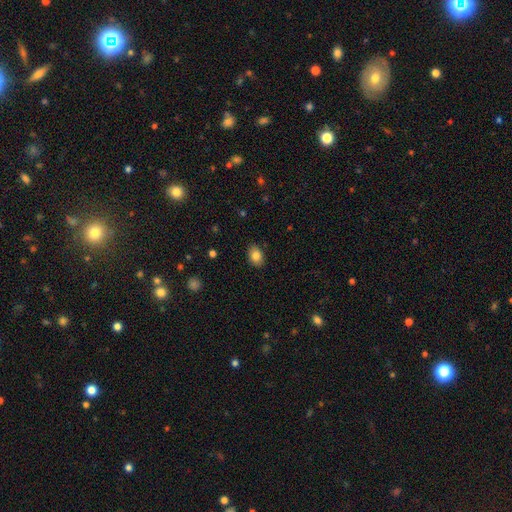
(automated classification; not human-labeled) Q: Smooth or featured?
A: smooth (84%); runner-up: star or artifact (9%)
Q: How rounded?
A: in between (78%); runner-up: round (21%)
Q: Merging?
A: none (86%); runner-up: minor disturbance (10%)